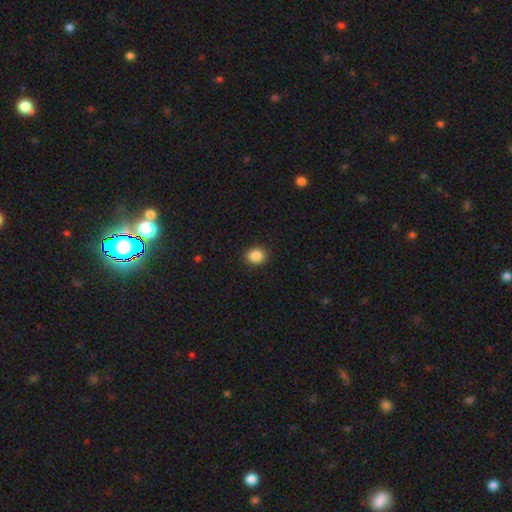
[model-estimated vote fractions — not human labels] smooth-or-featured: smooth: 88% | star or artifact: 9% | featured or disk: 3%
  how-rounded: round: 64% | in between: 36% | cigar-shaped: 1%
  merging: none: 90% | minor disturbance: 7% | major disturbance: 2% | merger: 1%